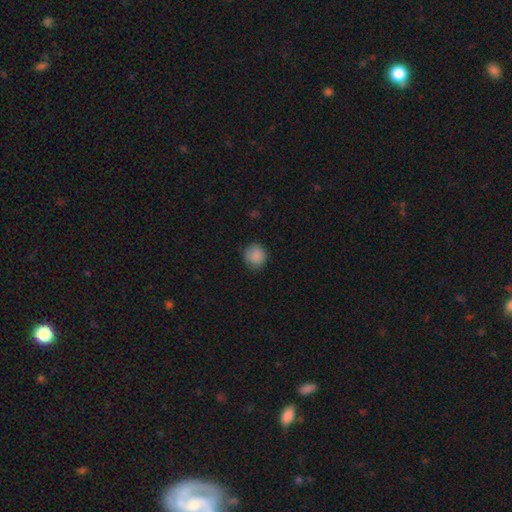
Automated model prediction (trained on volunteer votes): smooth-or-featured: smooth: 87% | star or artifact: 8% | featured or disk: 5%
  how-rounded: round: 86% | in between: 13% | cigar-shaped: 1%
  merging: none: 79% | minor disturbance: 16% | major disturbance: 4% | merger: 1%